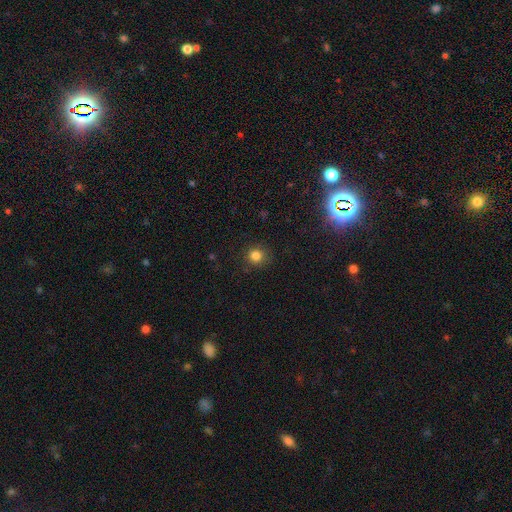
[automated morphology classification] A smooth galaxy with no disk features (82%) that is round (90%).

Vote fractions:
- Smooth or featured? smooth: 82% / star or artifact: 13% / featured or disk: 4%
- How rounded? round: 90% / in between: 9% / cigar-shaped: 1%
- Merging? none: 86% / minor disturbance: 10% / major disturbance: 3% / merger: 1%